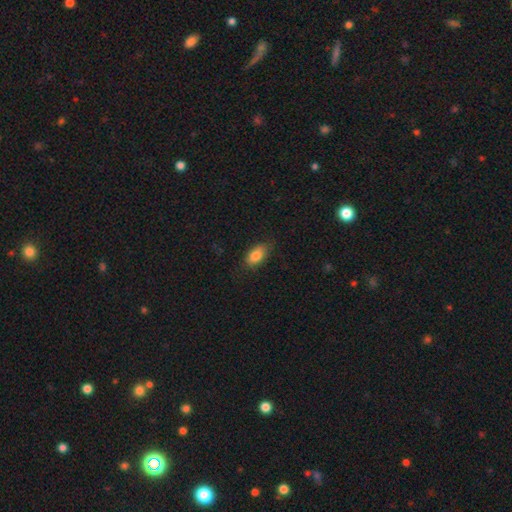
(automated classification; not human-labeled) smooth-or-featured: smooth: 84% | featured or disk: 8% | star or artifact: 8%
  how-rounded: in between: 89% | round: 6% | cigar-shaped: 5%
  merging: none: 77% | minor disturbance: 18% | major disturbance: 4% | merger: 1%